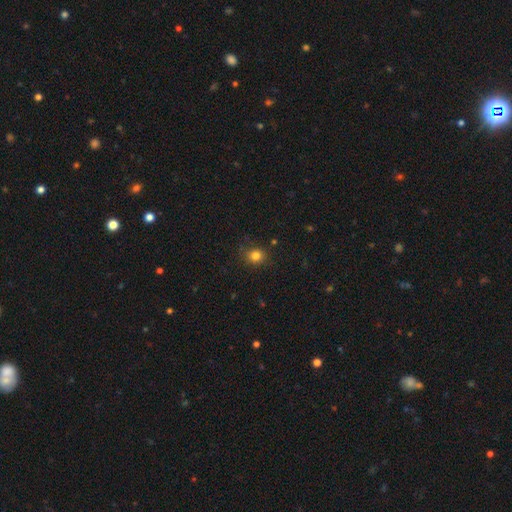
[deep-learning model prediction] Smooth or featured? Predicted: smooth (p=0.81). How rounded? Predicted: round (p=0.78). Merging? Predicted: none (p=0.82).